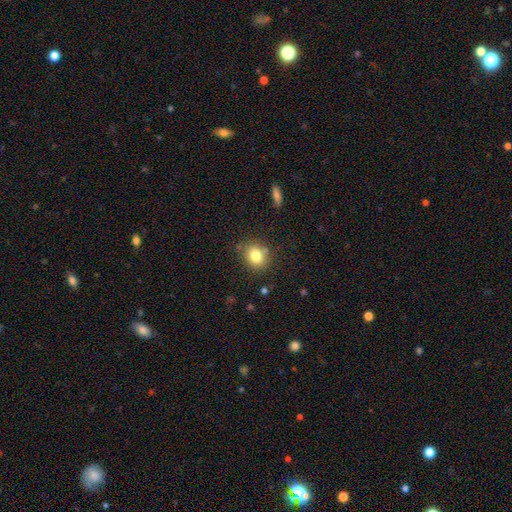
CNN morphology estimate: A smooth galaxy with no disk features (80%) that is round (69%). Merging: none (81%).